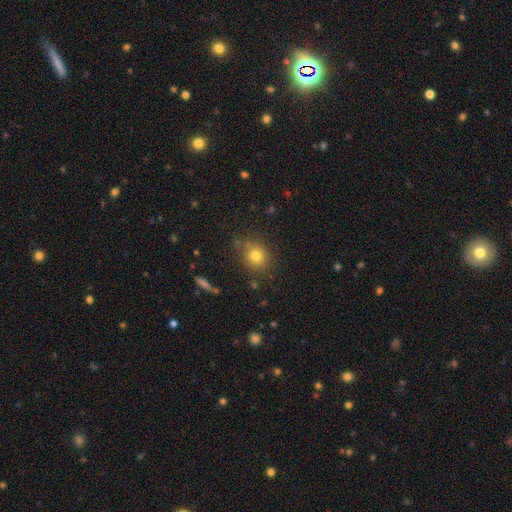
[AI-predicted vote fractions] smooth 78%, star or artifact 13%, featured or disk 9%. Down the decision tree: how rounded — round (81%); merging — none (80%).